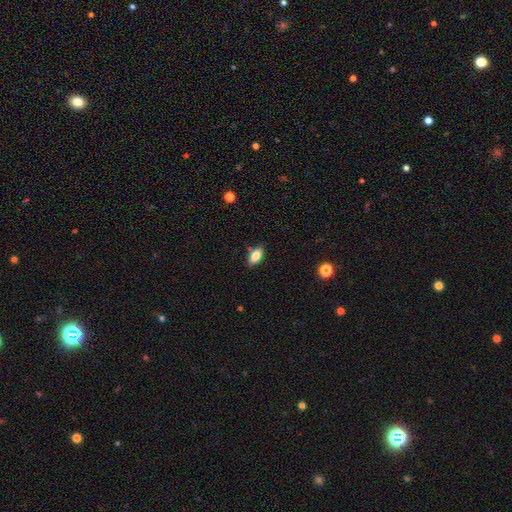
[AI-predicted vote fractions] This appears to be a smooth galaxy with no disk features (82%) that is in between round and cigar-shaped (89%). Merging: none (83%).